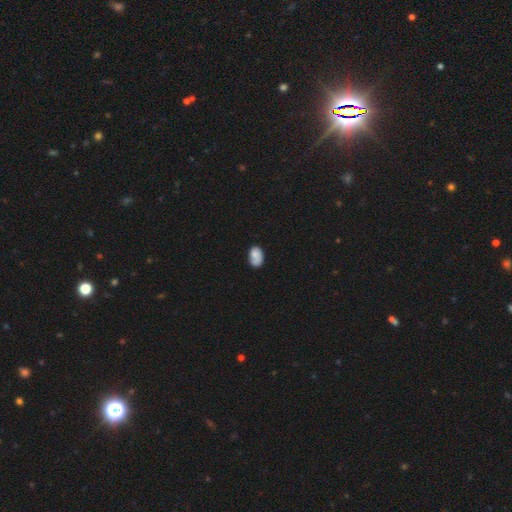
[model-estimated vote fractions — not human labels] Smooth or featured: smooth — 78% (featured or disk — 14%)
How rounded: in between — 88% (round — 11%)
Merging: none — 60% (minor disturbance — 28%)